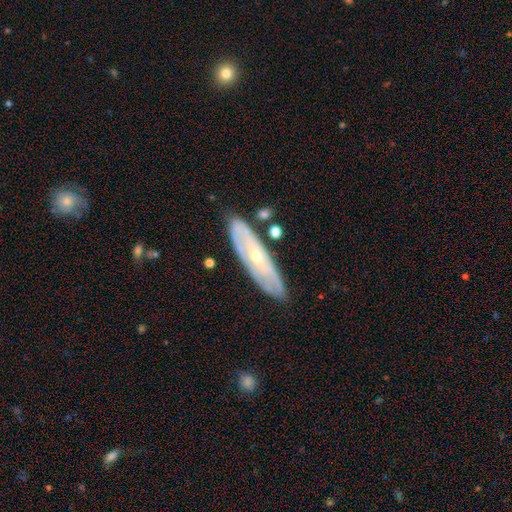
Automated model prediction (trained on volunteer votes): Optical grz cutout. It shows a featured or disk galaxy (71%) with no bar (69%), spiral arms (70%) and a small central bulge (67%). Merging: none (80%).